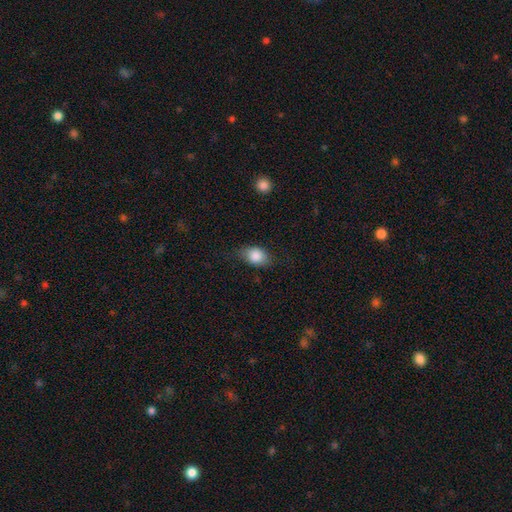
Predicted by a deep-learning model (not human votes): Smooth or featured?
  - smooth: 84% *
  - featured or disk: 9%
  - star or artifact: 8%
How rounded?
  - in between: 72% *
  - round: 26%
  - cigar-shaped: 2%
Merging?
  - none: 68% *
  - minor disturbance: 24%
  - major disturbance: 7%
  - merger: 1%